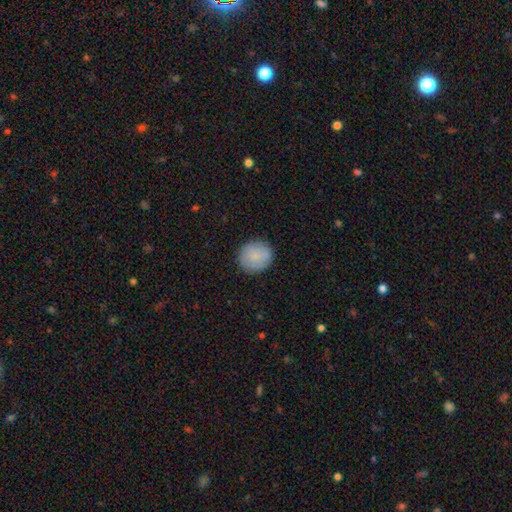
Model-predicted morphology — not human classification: Smooth or featured: smooth — 83% (featured or disk — 10%)
How rounded: round — 90% (in between — 9%)
Merging: none — 87% (minor disturbance — 10%)